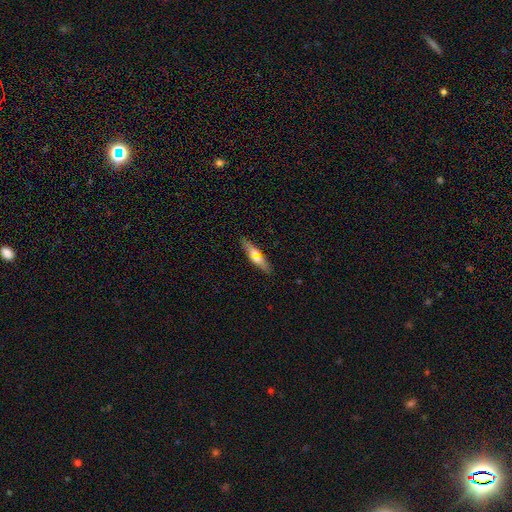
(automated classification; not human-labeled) Overall: smooth (57%; featured or disk 33%). How rounded: cigar-shaped (69%). Merging: none (85%).